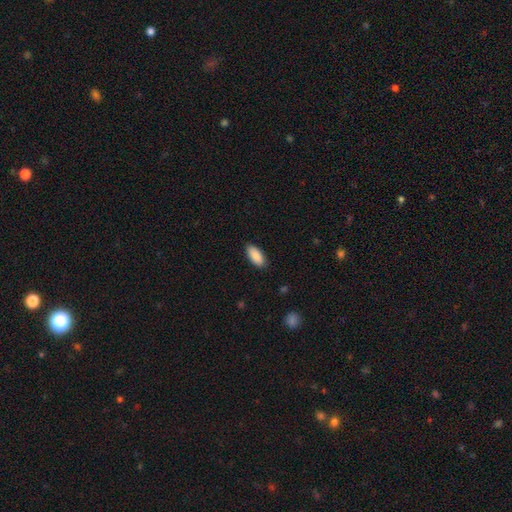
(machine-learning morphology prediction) smooth_or_featured: smooth (p=0.90) [alt: star or artifact p=0.06]
how_rounded: in between (p=0.89) [alt: cigar-shaped p=0.10]
merging: none (p=0.88) [alt: minor disturbance p=0.09]